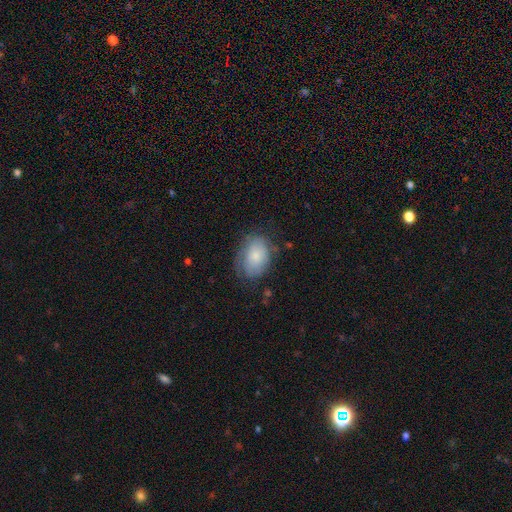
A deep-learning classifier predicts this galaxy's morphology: Smooth or featured? Predicted: smooth (p=0.74). How rounded? Predicted: in between (p=0.80). Merging? Predicted: none (p=0.62).